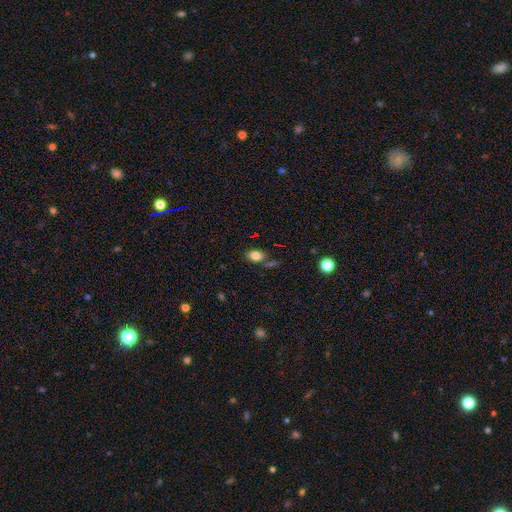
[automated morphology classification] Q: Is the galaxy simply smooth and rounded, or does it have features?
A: smooth — 81%.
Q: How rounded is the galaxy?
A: in between — 82%.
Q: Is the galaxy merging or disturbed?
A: none — 67%.